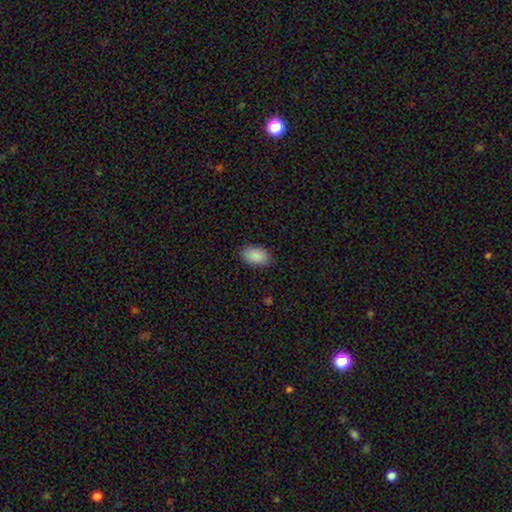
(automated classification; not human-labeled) This is clearly a smooth galaxy (90%). How rounded: clearly in between (94%). Merging: clearly none (87%).